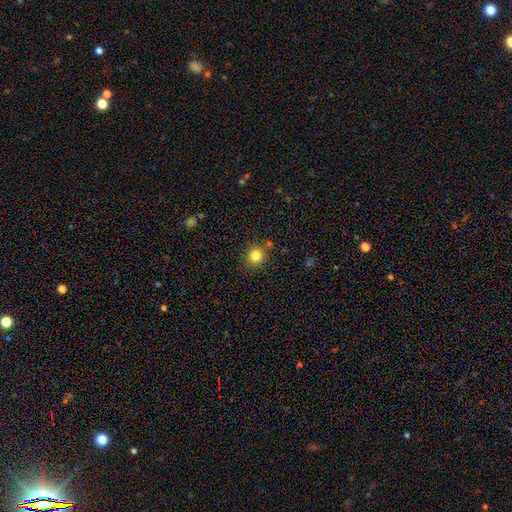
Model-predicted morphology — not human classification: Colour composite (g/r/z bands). It shows a smooth galaxy with no disk features (83%) that is round (91%). Merging: none (84%).